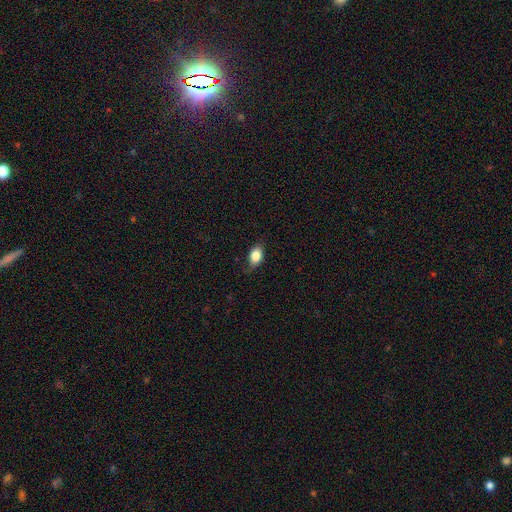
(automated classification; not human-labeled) This appears to be a smooth galaxy with no disk features (84%) that is in between round and cigar-shaped (84%). Merging: none (70%).